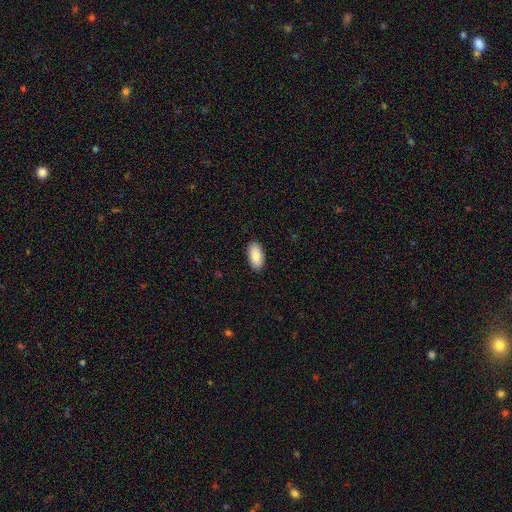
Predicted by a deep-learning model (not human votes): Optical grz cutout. It shows a smooth galaxy with no disk features (89%) that is in between round and cigar-shaped (93%). Merging: none (90%).